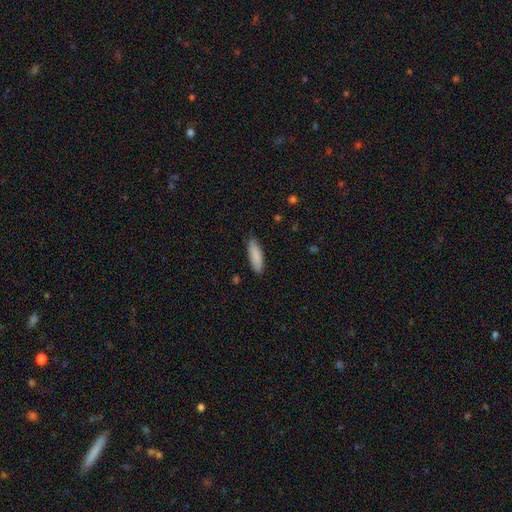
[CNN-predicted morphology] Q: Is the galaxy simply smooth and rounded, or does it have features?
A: smooth — 88%.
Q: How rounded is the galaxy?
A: cigar-shaped — 53%.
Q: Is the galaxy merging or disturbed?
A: none — 85%.